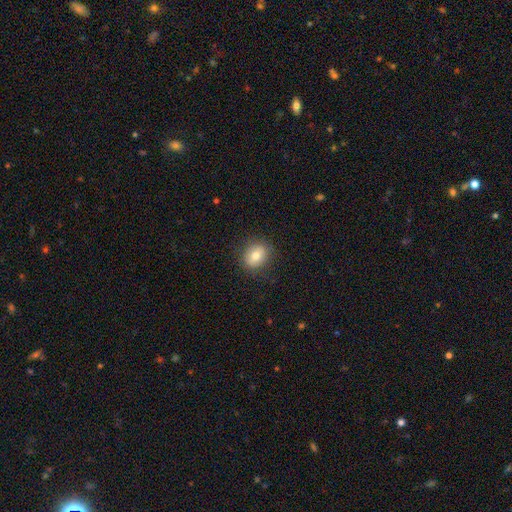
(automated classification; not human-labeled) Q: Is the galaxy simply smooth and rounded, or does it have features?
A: smooth — 77%.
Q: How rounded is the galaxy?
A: round — 53%.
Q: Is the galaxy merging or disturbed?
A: none — 86%.